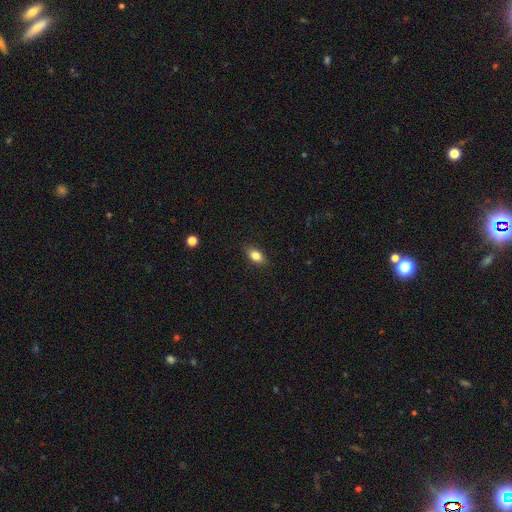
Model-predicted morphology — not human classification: Overall: smooth (79%). How rounded: in between (84%). Merging: none (86%).